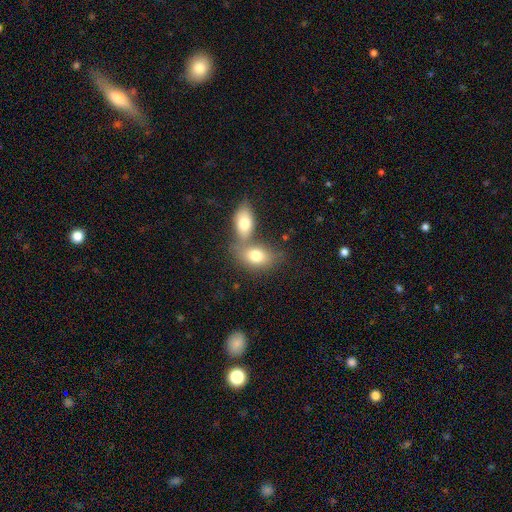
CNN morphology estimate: A smooth galaxy with no disk features (76%) that is in between round and cigar-shaped (84%). Merging: merger (55%).